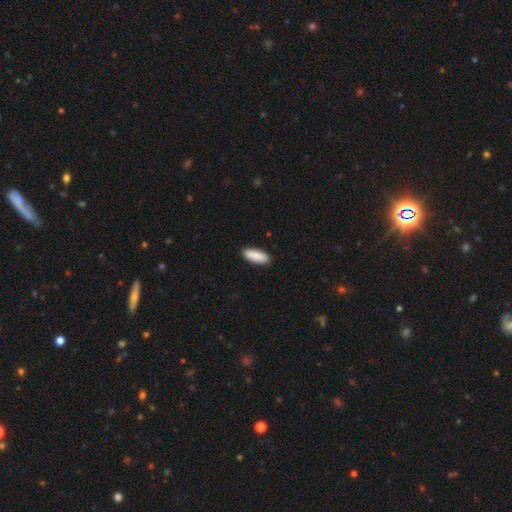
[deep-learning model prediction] Smooth or featured? smooth (91%)
How rounded? in between (69%)
Merging? none (90%)